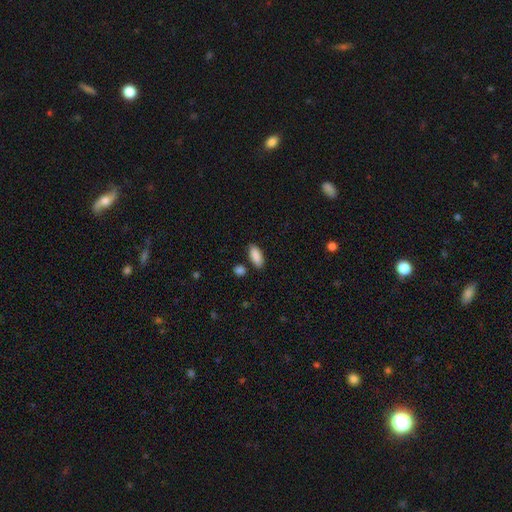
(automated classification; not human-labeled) Q: Smooth or featured?
A: smooth (89%); runner-up: star or artifact (6%)
Q: How rounded?
A: in between (86%); runner-up: cigar-shaped (12%)
Q: Merging?
A: none (82%); runner-up: minor disturbance (11%)